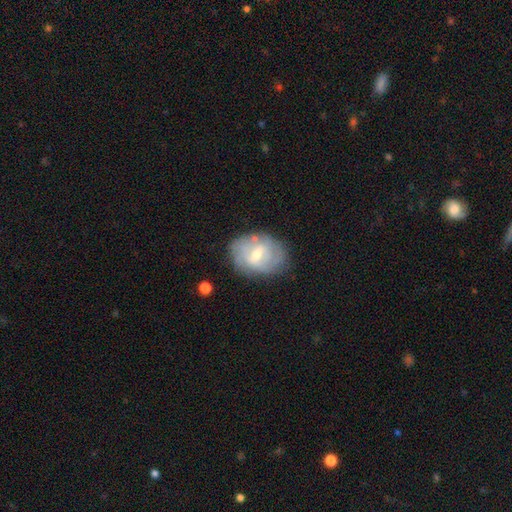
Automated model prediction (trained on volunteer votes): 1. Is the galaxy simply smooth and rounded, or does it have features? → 60% featured or disk, 32% smooth, 8% star or artifact.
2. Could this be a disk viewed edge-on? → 95% no, 5% yes.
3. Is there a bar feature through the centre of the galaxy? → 58% weak, 25% no, 17% strong.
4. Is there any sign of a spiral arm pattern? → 63% yes, 37% no.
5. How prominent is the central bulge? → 48% moderate, 47% small, 3% large, 2% none, 1% dominant.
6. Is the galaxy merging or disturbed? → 72% none, 20% minor disturbance, 6% major disturbance, 2% merger.